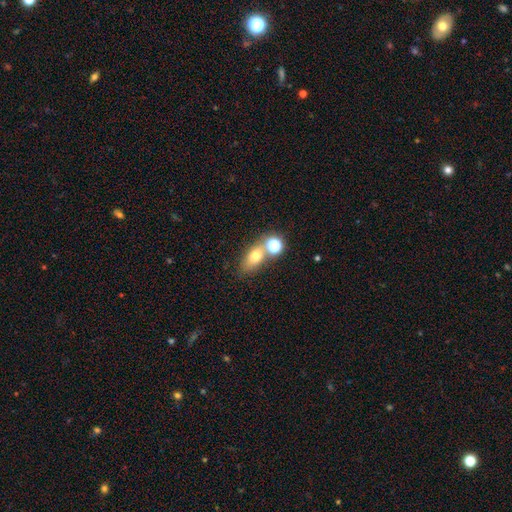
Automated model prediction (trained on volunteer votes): This appears to be a smooth galaxy with no disk features (69%) that is in between round and cigar-shaped (69%). Merging: none (52%).